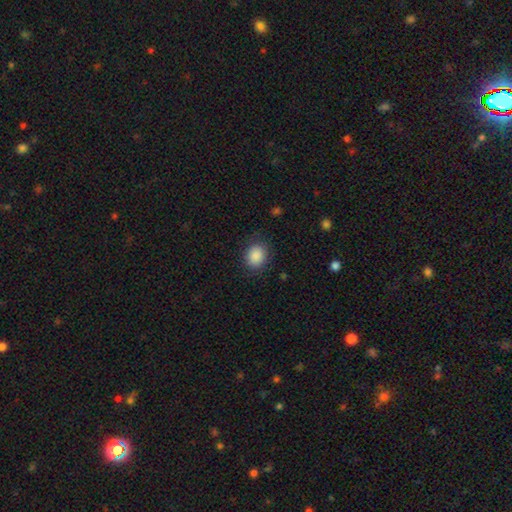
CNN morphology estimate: Smooth or featured?
  - smooth: 88% *
  - star or artifact: 8%
  - featured or disk: 4%
How rounded?
  - round: 62% *
  - in between: 37%
  - cigar-shaped: 1%
Merging?
  - none: 84% *
  - minor disturbance: 11%
  - major disturbance: 4%
  - merger: 1%